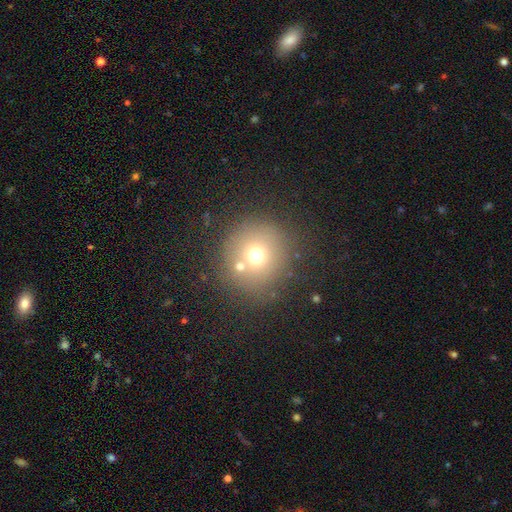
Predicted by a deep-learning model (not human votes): Smooth or featured? Predicted: smooth (p=0.67). How rounded? Predicted: round (p=0.94). Merging? Predicted: none (p=0.73).